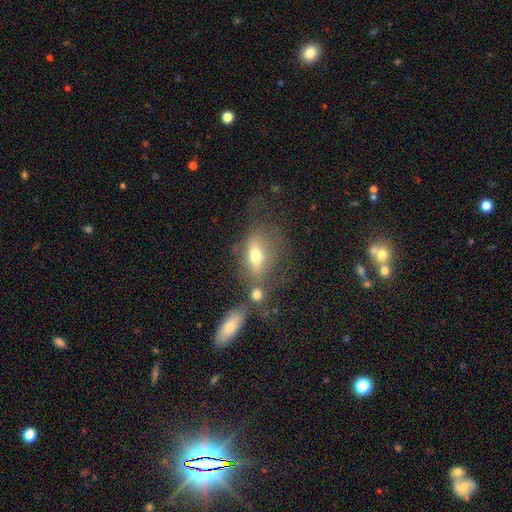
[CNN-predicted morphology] The model was most divided on "merging": none: 38%, merger: 25%, major disturbance: 19%, minor disturbance: 18%. More confident: how rounded — in between (76%); smooth or featured — smooth (60%).